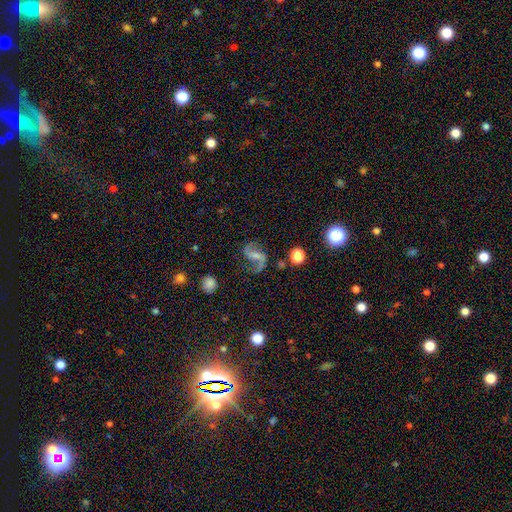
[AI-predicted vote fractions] Q: Smooth or featured?
A: featured or disk (85%); runner-up: star or artifact (7%)
Q: Edge-on disk?
A: no (98%); runner-up: yes (2%)
Q: Bar?
A: weak (43%); runner-up: strong (31%)
Q: Spiral arms?
A: yes (96%); runner-up: no (4%)
Q: Spiral winding?
A: loose (73%); runner-up: medium (22%)
Q: Spiral arm count?
A: 2 (90%); runner-up: 1 (6%)
Q: Bulge size?
A: small (50%); runner-up: moderate (28%)
Q: Merging?
A: none (69%); runner-up: minor disturbance (15%)